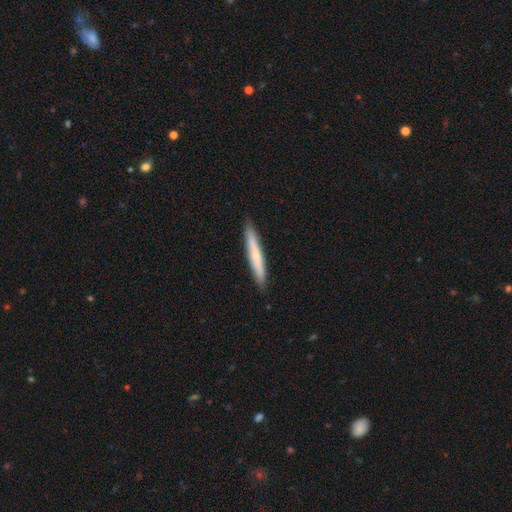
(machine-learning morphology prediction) smooth 59%, featured or disk 36%, star or artifact 5%. Down the decision tree: how rounded — cigar-shaped (95%); merging — none (91%).